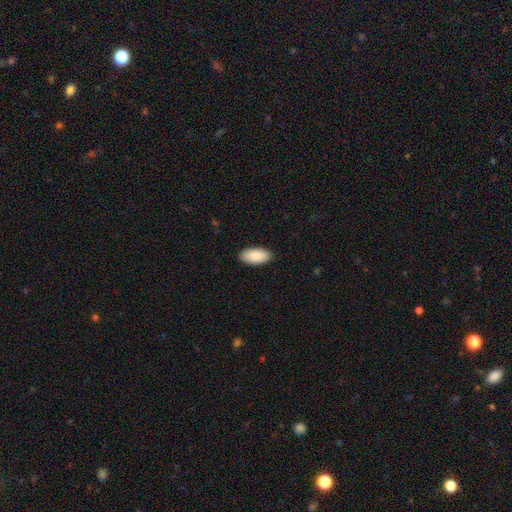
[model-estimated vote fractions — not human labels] smooth_or_featured: smooth (p=0.89) [alt: star or artifact p=0.06]
how_rounded: in between (p=0.95) [alt: cigar-shaped p=0.03]
merging: none (p=0.90) [alt: minor disturbance p=0.08]